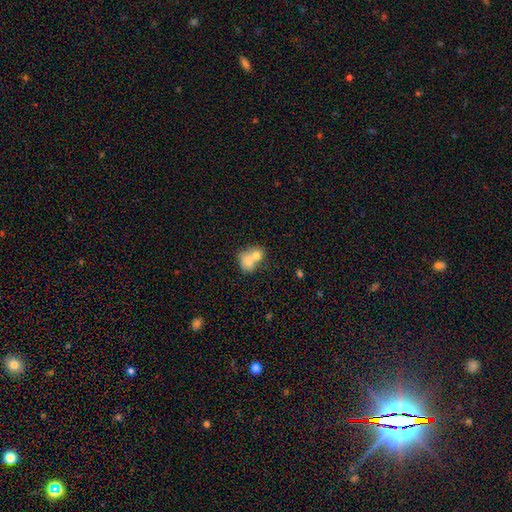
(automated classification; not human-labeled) Overall: smooth (73%). How rounded: round (52%; in between 47%). Merging: merger (67%).